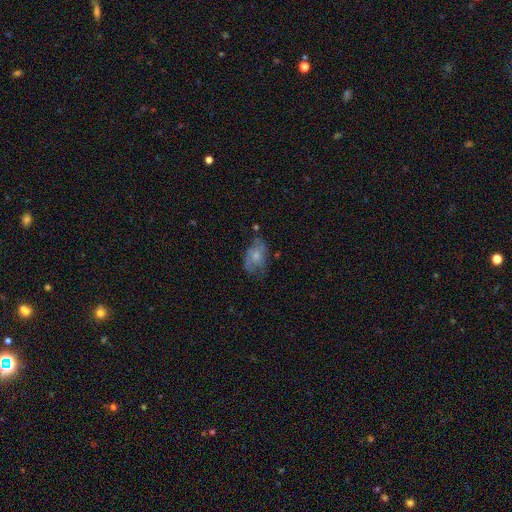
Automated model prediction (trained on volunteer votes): Smooth or featured: smooth — 49% (featured or disk — 43%)
Merging: none — 53% (minor disturbance — 30%)